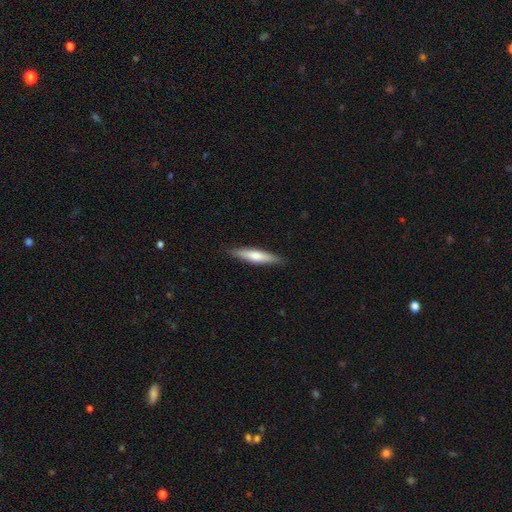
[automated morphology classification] Smooth or featured? smooth (60%)
How rounded? cigar-shaped (83%)
Merging? none (89%)